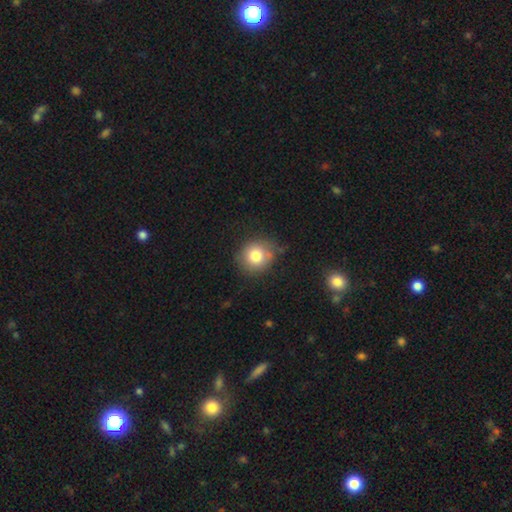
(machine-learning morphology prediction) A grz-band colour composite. It shows a smooth galaxy with no disk features (80%) that is round (84%). Merging: none (73%).